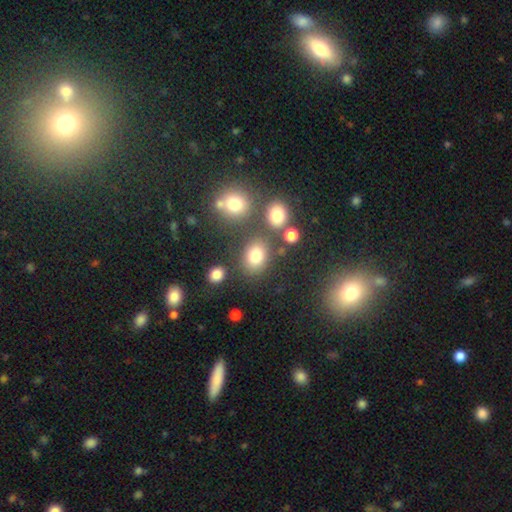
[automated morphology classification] smooth-or-featured: smooth: 76% | star or artifact: 15% | featured or disk: 9%
  how-rounded: in between: 49% (tied) | round: 49% (tied) | cigar-shaped: 1%
  merging: none: 71% | merger: 12% | minor disturbance: 12% | major disturbance: 5%